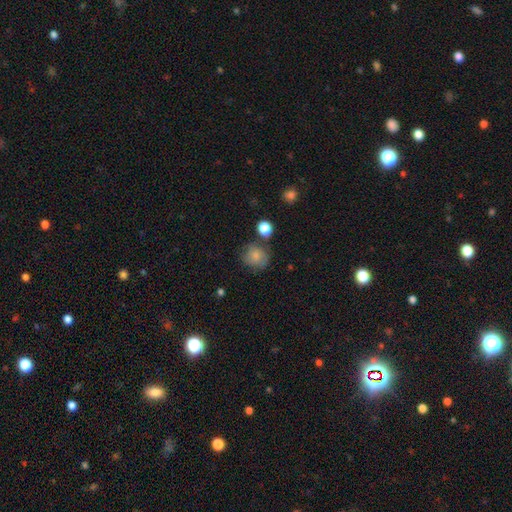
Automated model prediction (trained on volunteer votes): A smooth galaxy with no disk features (82%) that is round (79%). Merging: none (67%).